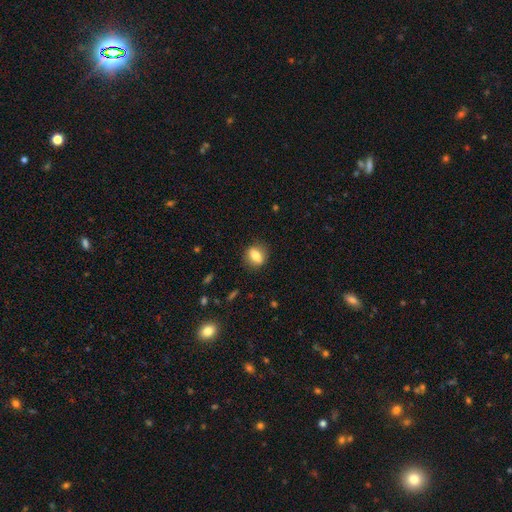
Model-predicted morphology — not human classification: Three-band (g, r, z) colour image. It shows a smooth galaxy with no disk features (72%) that is in between round and cigar-shaped (50%). Merging: none (85%).